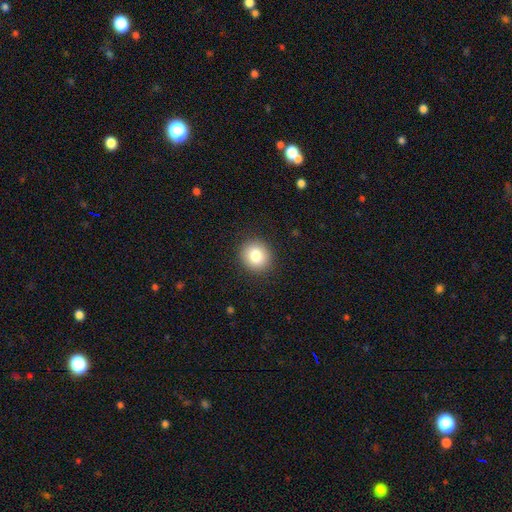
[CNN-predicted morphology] Smooth or featured? Predicted: smooth (p=0.82). How rounded? Predicted: round (p=0.84). Merging? Predicted: none (p=0.90).